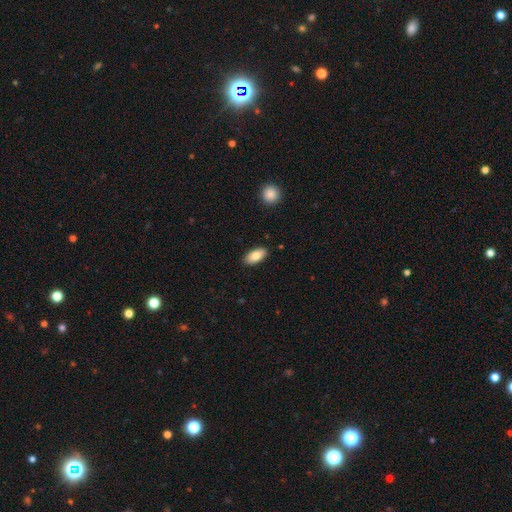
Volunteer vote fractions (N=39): Overall: smooth (92%). How rounded: in between (89%). Merging: none (89%).